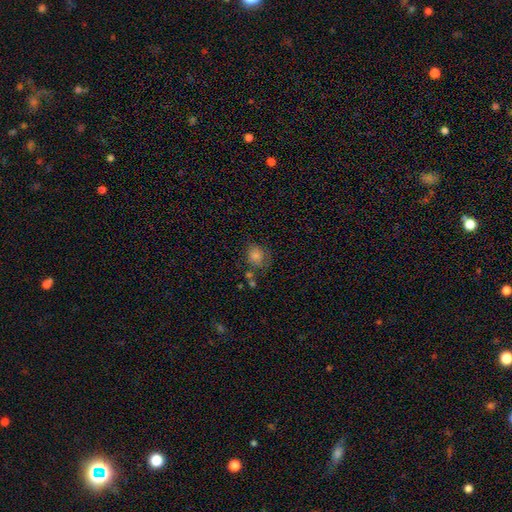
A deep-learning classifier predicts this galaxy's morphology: This appears to be a smooth galaxy with no disk features (69%) that is round (74%). Merging: none (64%).